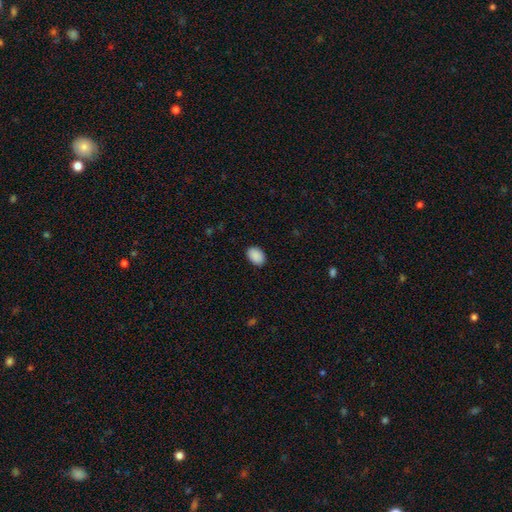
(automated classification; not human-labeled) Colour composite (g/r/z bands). It shows a smooth galaxy with no disk features (91%) that is in between round and cigar-shaped (83%). Merging: none (88%).